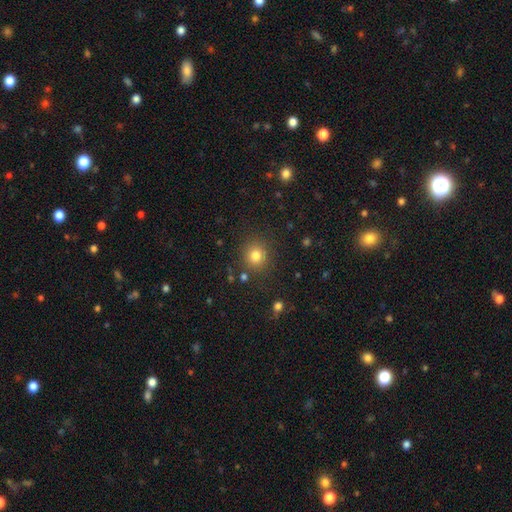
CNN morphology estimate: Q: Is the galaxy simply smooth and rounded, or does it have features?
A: smooth — 80%.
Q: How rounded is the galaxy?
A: round — 90%.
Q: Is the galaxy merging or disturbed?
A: none — 86%.